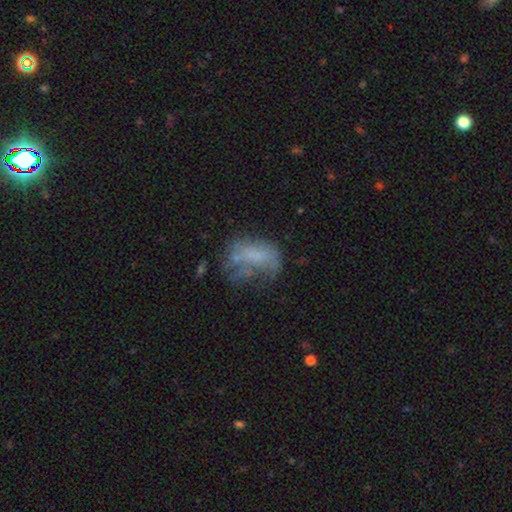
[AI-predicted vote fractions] Smooth or featured: featured or disk — 43% (smooth — 42%)
Merging: major disturbance — 39% (none — 30%)